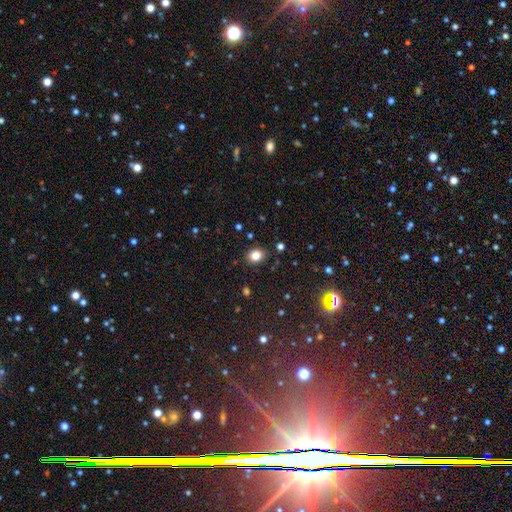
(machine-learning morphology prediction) The model was most divided on "how rounded": round: 61%, in between: 38%, cigar-shaped: 1%. More confident: merging — none (88%); smooth or featured — smooth (82%).